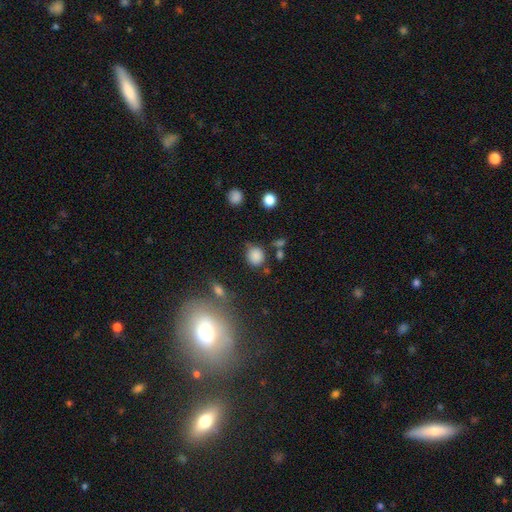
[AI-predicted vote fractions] Smooth or featured?
  - smooth: 84% *
  - star or artifact: 11%
  - featured or disk: 5%
How rounded?
  - round: 79% *
  - in between: 20%
  - cigar-shaped: 1%
Merging?
  - none: 73% *
  - minor disturbance: 16%
  - merger: 7%
  - major disturbance: 5%